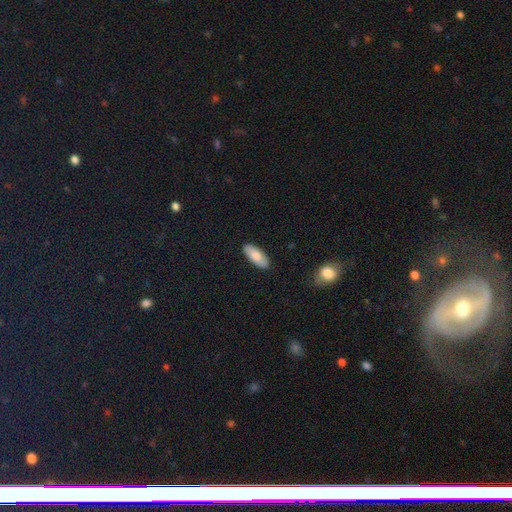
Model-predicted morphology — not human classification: This is clearly a smooth galaxy (81%). How rounded: clearly in between (83%). Merging: clearly none (88%).